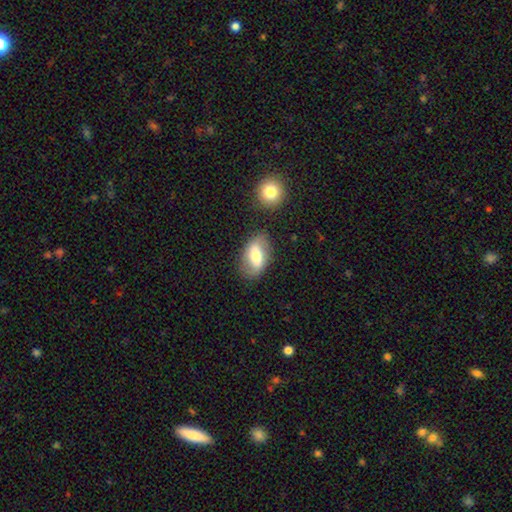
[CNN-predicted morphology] Smooth or featured: smooth — 55% (featured or disk — 38%)
How rounded: in between — 89% (round — 8%)
Merging: none — 74% (minor disturbance — 16%)